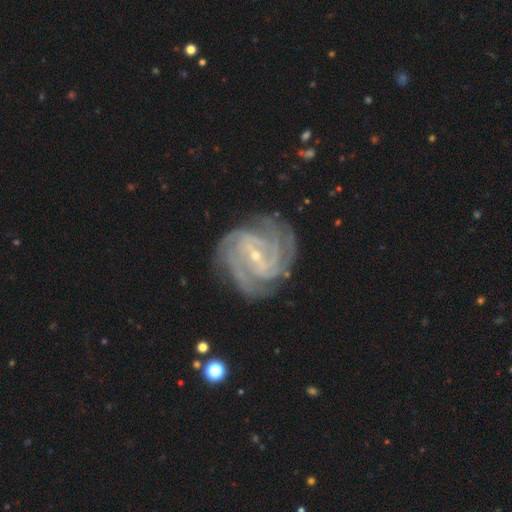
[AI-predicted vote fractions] A featured or disk galaxy (91%) with a weak bar (44%), 4 (30%) tight (65%) spiral arms (98%) and a small central bulge (78%).

Vote fractions:
- Smooth or featured? featured or disk: 91% / star or artifact: 5% / smooth: 4%
- Edge-on disk? no: 97% / yes: 3%
- Bar? weak: 44% / strong: 39% / no: 17%
- Spiral arms? yes: 98% / no: 2%
- Spiral winding? tight: 65% / medium: 30% / loose: 5%
- Spiral arm count? 4: 30% / 3: 23% / can't tell: 18% / 2: 14% / more than 4: 8% / 1: 6%
- Bulge size? small: 78% / moderate: 19% / none: 1% / large: 1% / dominant: 1%
- Merging? none: 77% / minor disturbance: 16% / major disturbance: 6% / merger: 1%